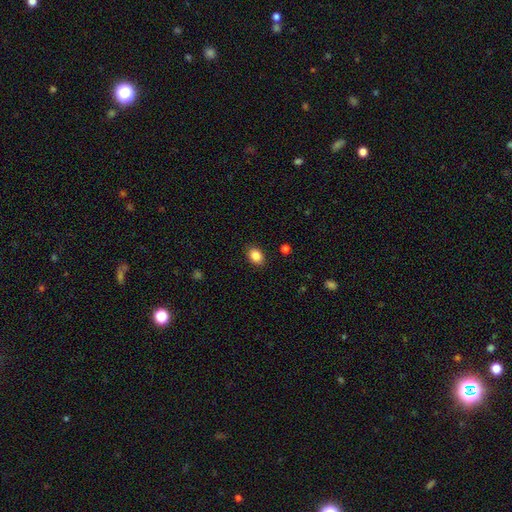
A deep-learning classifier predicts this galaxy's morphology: Overall: smooth (86%). How rounded: in between (64%; round 35%). Merging: none (89%).